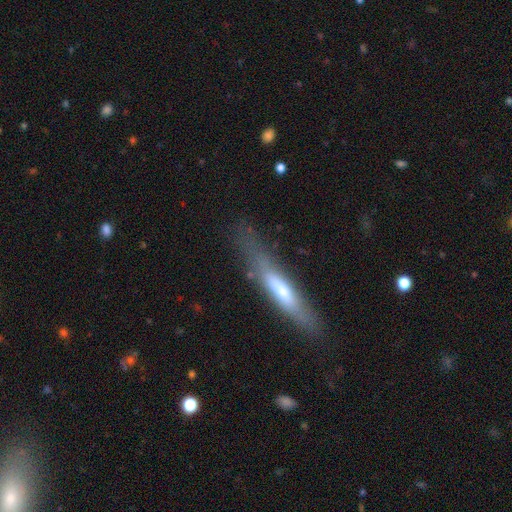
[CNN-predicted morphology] This is possibly a featured or disk galaxy (54%). It is clearly viewed edge-on (84%). Merging: likely none (70%).